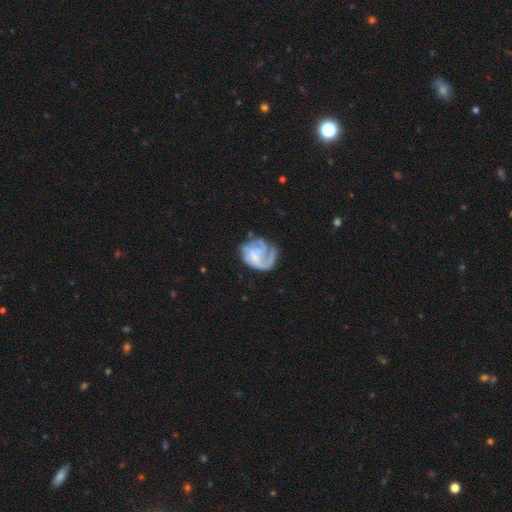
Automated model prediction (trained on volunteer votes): featured or disk 68%, smooth 25%, star or artifact 7%. Down the decision tree: edge-on disk — no (98%); bar — no (61%); spiral arms — yes (78%); spiral arm count — can't tell (34%); spiral winding — tight (39%); bulge size — none (37%); merging — none (42%).